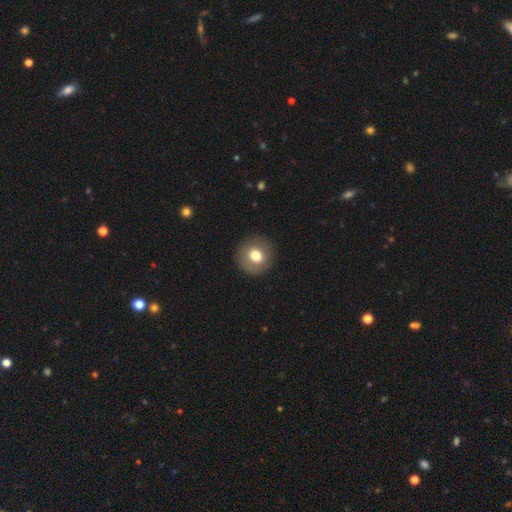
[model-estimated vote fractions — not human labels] smooth_or_featured: smooth (p=0.73) [alt: featured or disk p=0.18]
how_rounded: round (p=0.89) [alt: in between p=0.10]
merging: none (p=0.90) [alt: minor disturbance p=0.07]